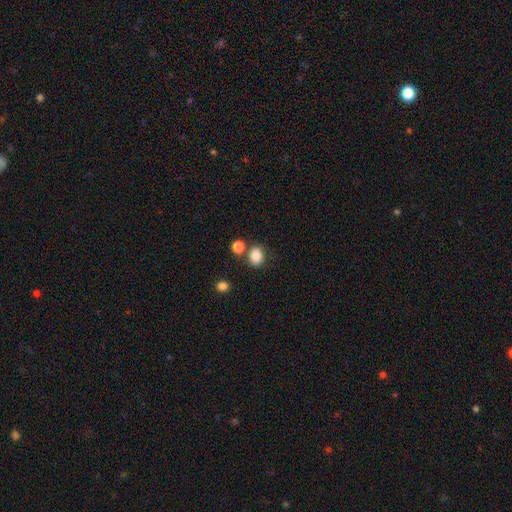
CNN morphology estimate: This is clearly a smooth galaxy (84%). How rounded: possibly round (53%). Merging: likely none (72%).